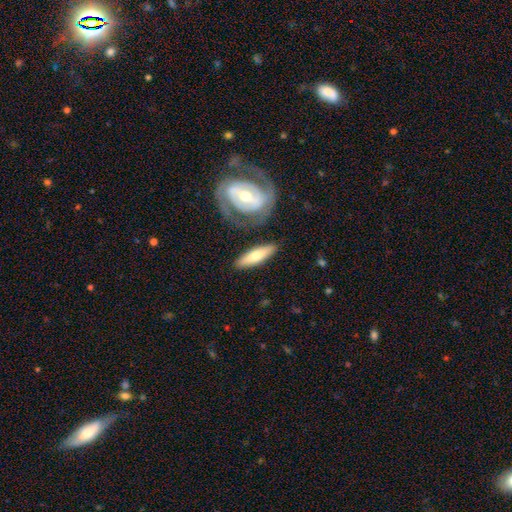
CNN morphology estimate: type=smooth (58%); roundness=cigar-shaped (58%); merging=none (75%).